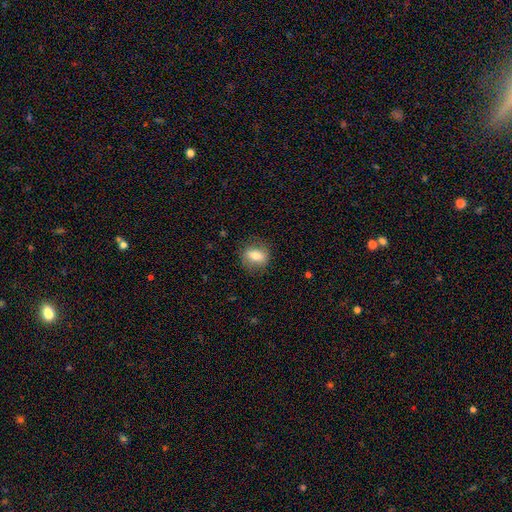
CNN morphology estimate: smooth_or_featured: smooth (p=0.69) [alt: featured or disk p=0.23]
how_rounded: in between (p=0.55) [alt: round p=0.43]
merging: none (p=0.78) [alt: minor disturbance p=0.15]